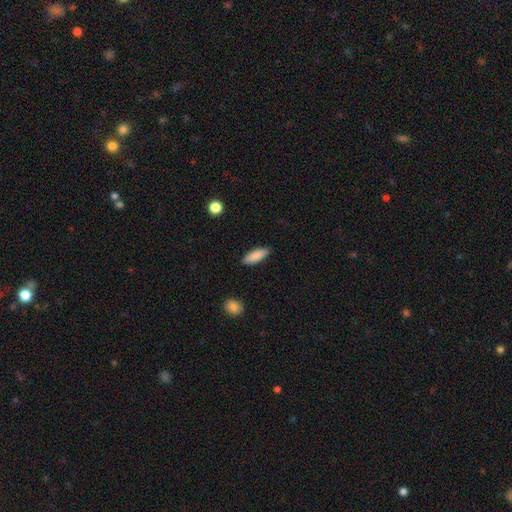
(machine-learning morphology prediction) A smooth galaxy with no disk features (87%) that is in between round and cigar-shaped (63%).

Vote fractions:
- Smooth or featured? smooth: 87% / featured or disk: 7% / star or artifact: 6%
- How rounded? in between: 63% / cigar-shaped: 35% / round: 2%
- Merging? none: 87% / minor disturbance: 10% / major disturbance: 2% / merger: 1%